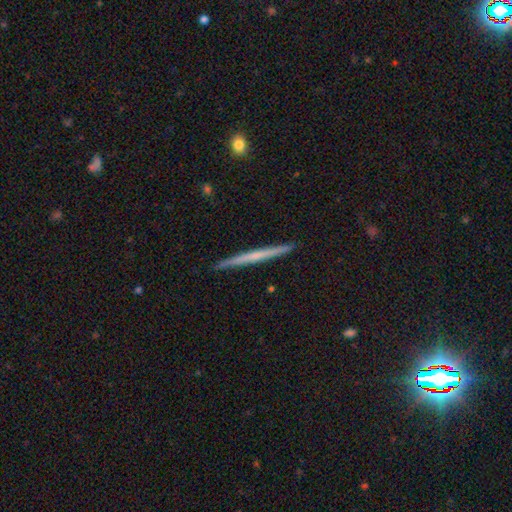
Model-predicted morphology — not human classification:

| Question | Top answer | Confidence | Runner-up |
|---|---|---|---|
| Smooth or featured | featured or disk | 53% | smooth (42%) |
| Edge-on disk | yes | 98% | no (2%) |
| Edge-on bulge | none | 82% | rounded (13%) |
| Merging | none | 92% | minor disturbance (5%) |